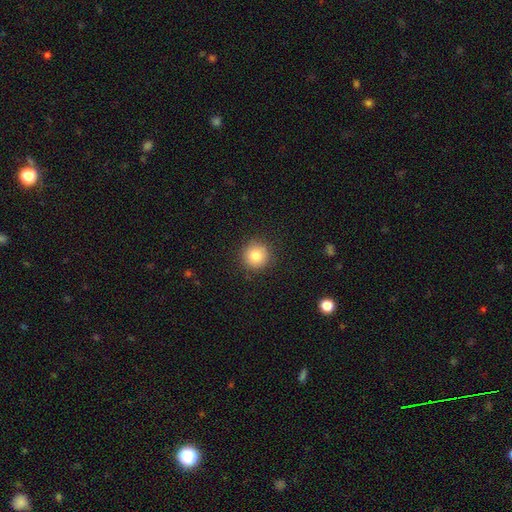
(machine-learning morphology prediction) Smooth or featured?
  - smooth: 82% *
  - star or artifact: 10%
  - featured or disk: 8%
How rounded?
  - round: 95% *
  - in between: 4%
  - cigar-shaped: 1%
Merging?
  - none: 90% *
  - minor disturbance: 7%
  - major disturbance: 2%
  - merger: 1%